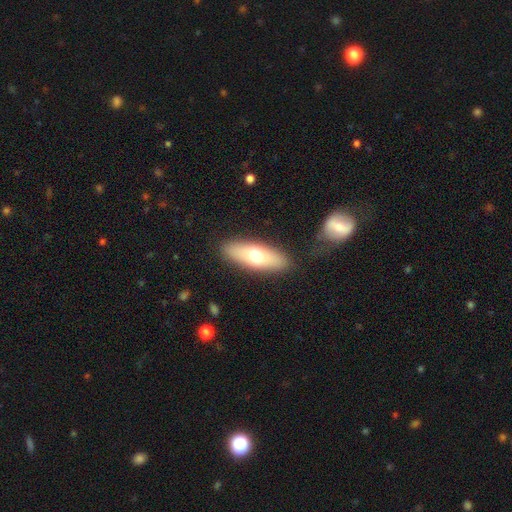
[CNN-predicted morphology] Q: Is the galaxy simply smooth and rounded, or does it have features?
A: smooth — 64%.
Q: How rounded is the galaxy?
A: in between — 62%.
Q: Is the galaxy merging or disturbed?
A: none — 88%.